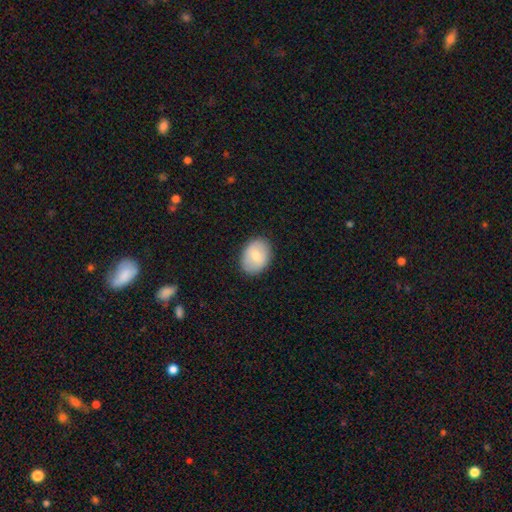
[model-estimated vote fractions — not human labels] smooth-or-featured: smooth: 73% | featured or disk: 20% | star or artifact: 7%
  how-rounded: in between: 68% | round: 31% | cigar-shaped: 1%
  merging: none: 87% | minor disturbance: 9% | major disturbance: 2% | merger: 1%